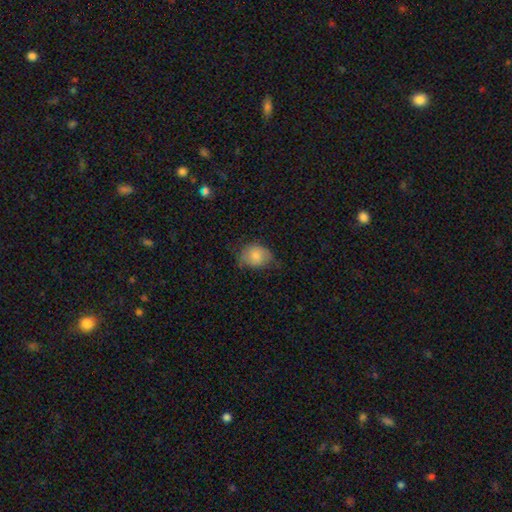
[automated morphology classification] Smooth or featured?
  - smooth: 79% *
  - featured or disk: 13%
  - star or artifact: 8%
How rounded?
  - in between: 50% *
  - round: 49%
  - cigar-shaped: 1%
Merging?
  - none: 52% *
  - minor disturbance: 36%
  - major disturbance: 11%
  - merger: 1%